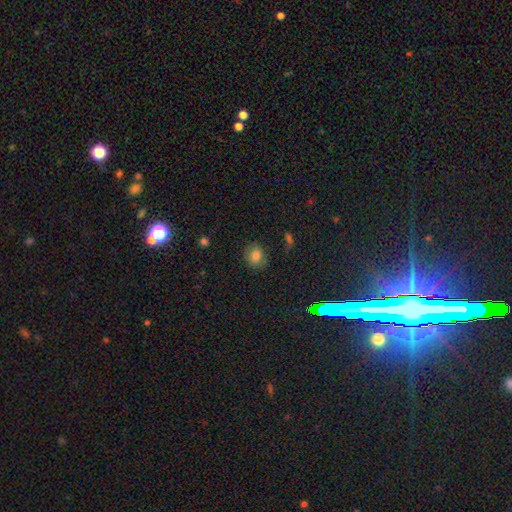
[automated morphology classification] Overall: smooth (78%). How rounded: round (70%). Merging: none (82%).